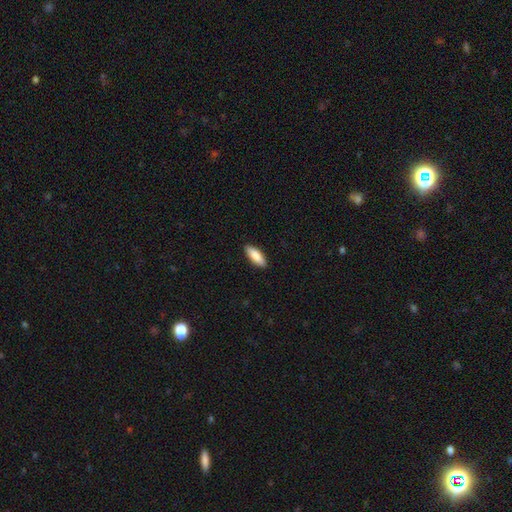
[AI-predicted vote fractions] Smooth or featured: smooth — 87% (featured or disk — 8%)
How rounded: in between — 69% (cigar-shaped — 30%)
Merging: none — 90% (minor disturbance — 7%)